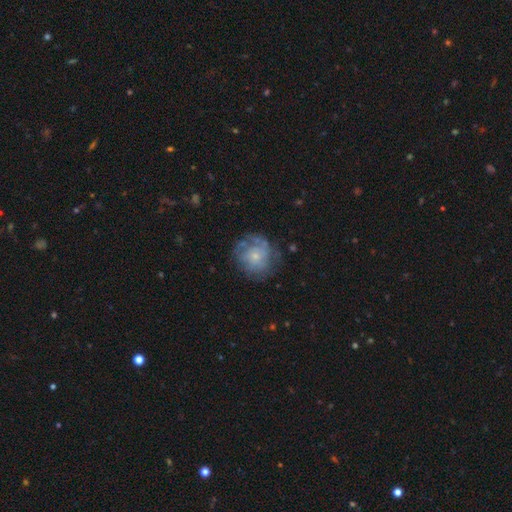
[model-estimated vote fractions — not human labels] This is possibly a featured or disk galaxy (48%). Merging: possibly none (60%).